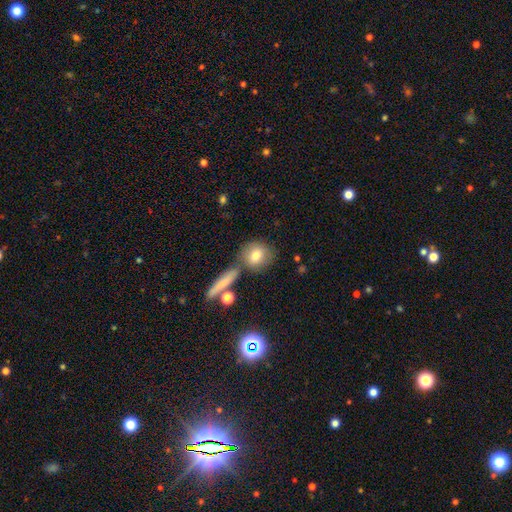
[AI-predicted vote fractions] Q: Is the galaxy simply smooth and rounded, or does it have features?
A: smooth — 76%.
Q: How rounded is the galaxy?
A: round — 75%.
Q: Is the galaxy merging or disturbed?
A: none — 64%.